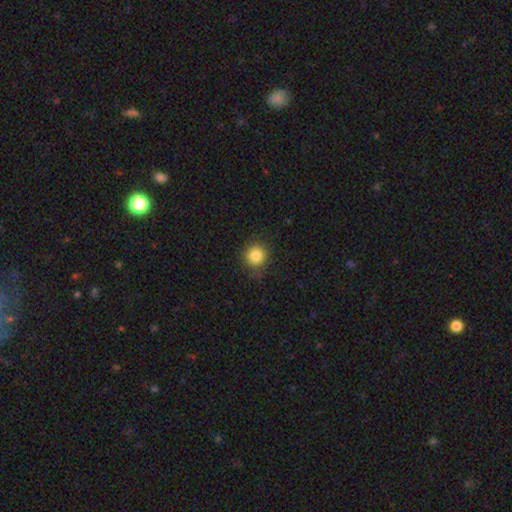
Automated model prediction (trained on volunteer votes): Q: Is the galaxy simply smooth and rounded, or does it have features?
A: smooth — 83%.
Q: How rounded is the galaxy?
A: round — 88%.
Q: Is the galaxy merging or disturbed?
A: none — 82%.